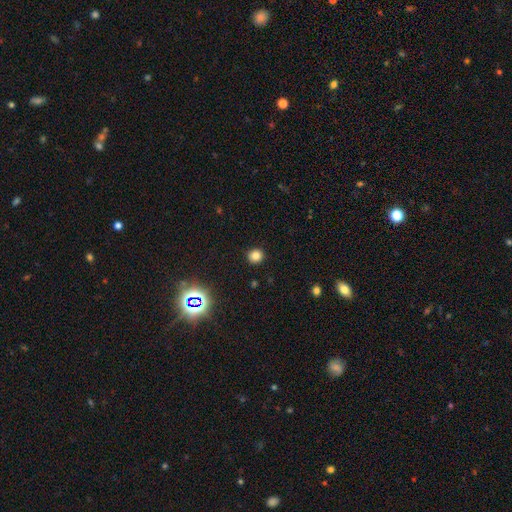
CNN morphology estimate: Overall: smooth (78%). How rounded: round (87%). Merging: none (91%).